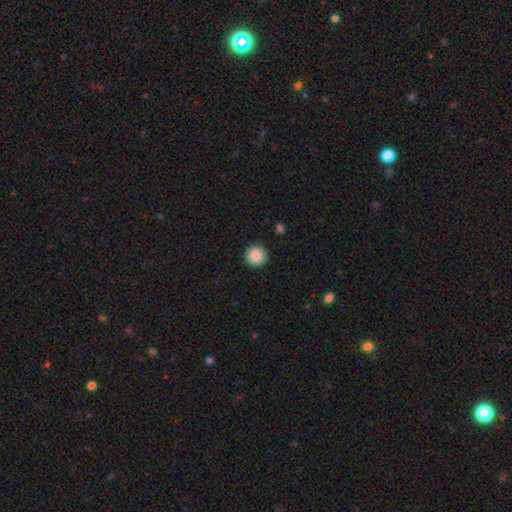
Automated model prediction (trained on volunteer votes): A smooth galaxy with no disk features (88%) that is round (95%). Merging: none (92%).